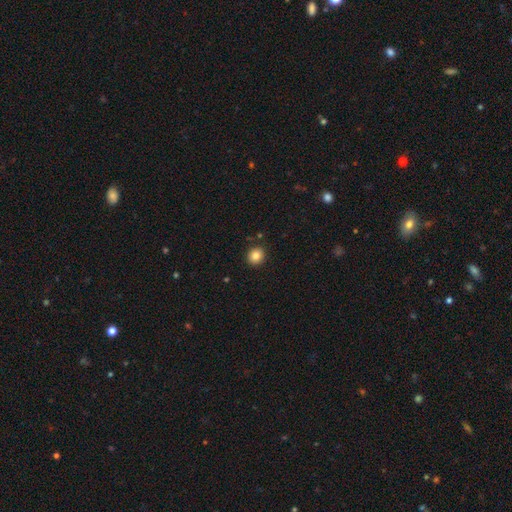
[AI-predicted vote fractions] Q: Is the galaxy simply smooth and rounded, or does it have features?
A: smooth — 84%.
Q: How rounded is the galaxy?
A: round — 85%.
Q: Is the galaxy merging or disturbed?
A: none — 90%.